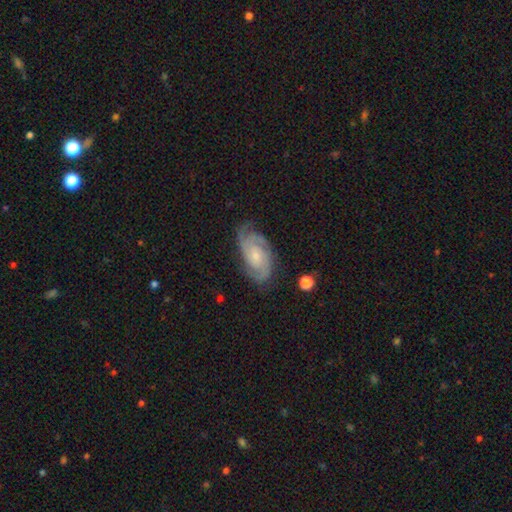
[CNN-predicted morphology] A featured or disk galaxy (85%) with no bar (66%), 2 (39%) tight (60%) spiral arms (97%) and a small central bulge (62%). Merging: none (74%).